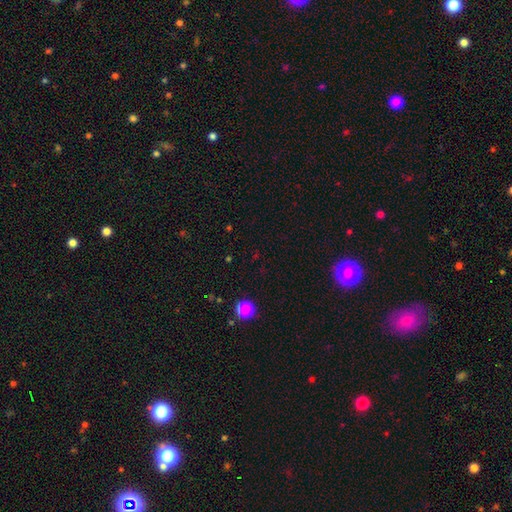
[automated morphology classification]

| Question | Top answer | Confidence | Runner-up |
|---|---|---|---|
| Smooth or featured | star or artifact | 59% | smooth (34%) |